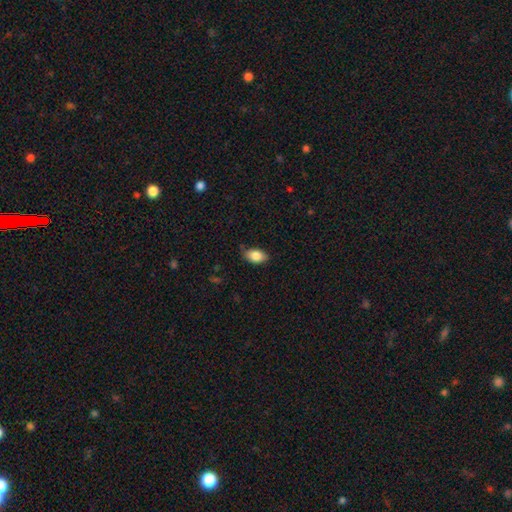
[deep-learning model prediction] Smooth or featured: smooth — 85% (featured or disk — 8%)
How rounded: in between — 91% (round — 7%)
Merging: none — 78% (minor disturbance — 18%)